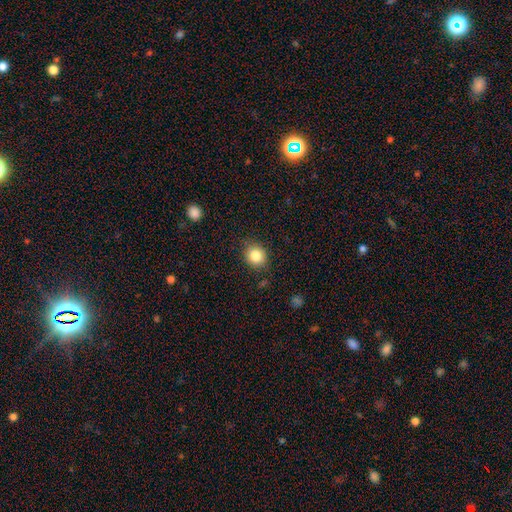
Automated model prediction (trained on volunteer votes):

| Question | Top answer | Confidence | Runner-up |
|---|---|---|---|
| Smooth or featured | smooth | 84% | star or artifact (10%) |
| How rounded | round | 73% | in between (26%) |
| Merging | none | 86% | minor disturbance (10%) |